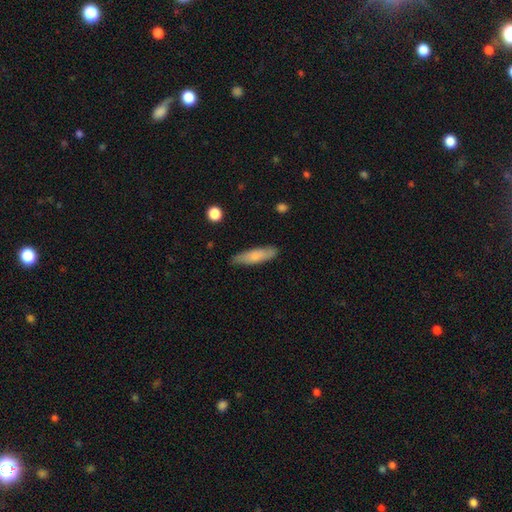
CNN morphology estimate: Smooth or featured? Predicted: smooth (p=0.74). How rounded? Predicted: cigar-shaped (p=0.68). Merging? Predicted: none (p=0.84).